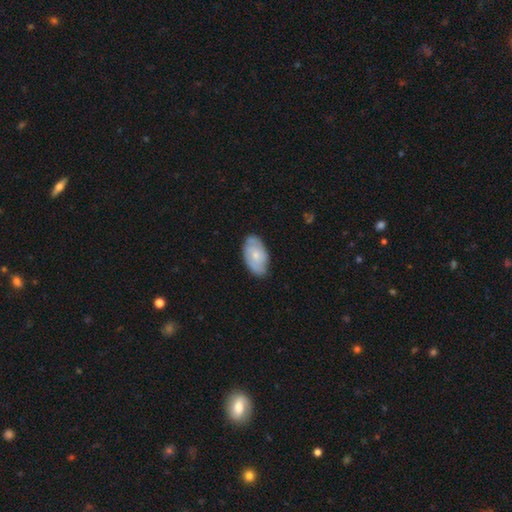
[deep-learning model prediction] The model was most divided on "smooth or featured": smooth: 51%, featured or disk: 43%, star or artifact: 6%. More confident: how rounded — in between (93%); merging — none (77%).